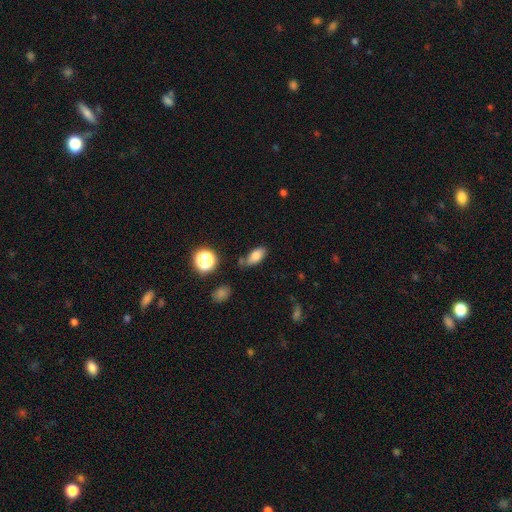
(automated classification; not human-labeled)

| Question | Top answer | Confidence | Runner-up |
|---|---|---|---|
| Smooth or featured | smooth | 78% | star or artifact (11%) |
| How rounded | in between | 87% | round (7%) |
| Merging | none | 68% | minor disturbance (20%) |